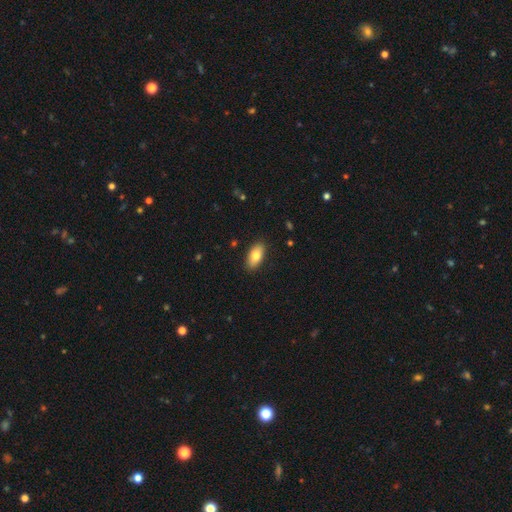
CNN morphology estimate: Smooth or featured? smooth (79%)
How rounded? in between (89%)
Merging? none (89%)